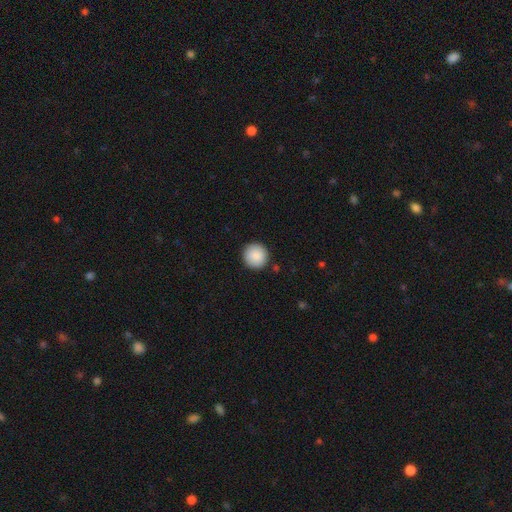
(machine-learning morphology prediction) Smooth or featured: smooth — 89% (star or artifact — 7%)
How rounded: round — 96% (in between — 3%)
Merging: none — 92% (minor disturbance — 6%)